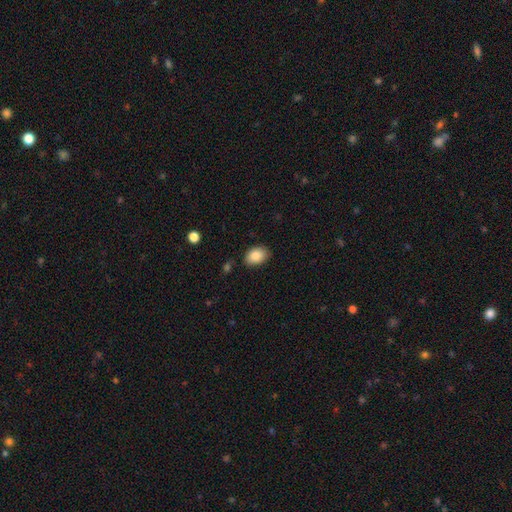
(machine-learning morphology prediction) This is clearly a smooth galaxy (87%). How rounded: clearly in between (81%). Merging: clearly none (81%).